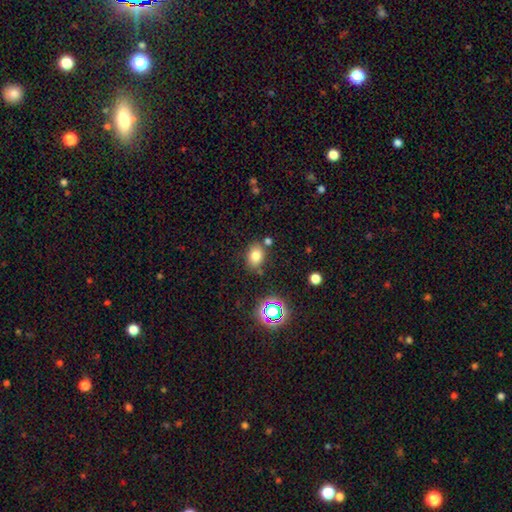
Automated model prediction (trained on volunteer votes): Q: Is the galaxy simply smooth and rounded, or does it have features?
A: smooth — 77%.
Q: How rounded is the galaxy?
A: in between — 62%.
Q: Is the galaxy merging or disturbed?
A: none — 76%.